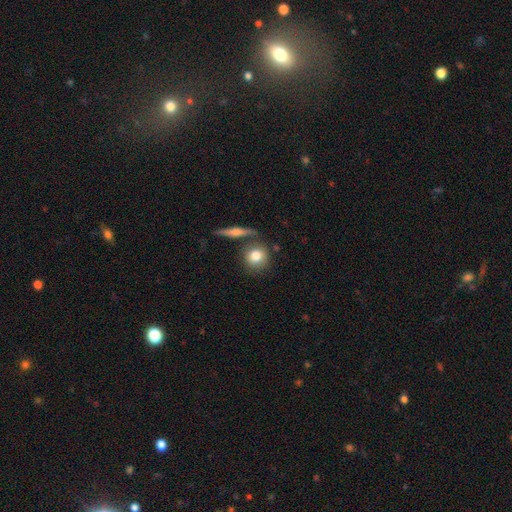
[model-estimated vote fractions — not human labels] Smooth or featured: smooth — 78% (featured or disk — 14%)
How rounded: round — 85% (in between — 13%)
Merging: none — 72% (merger — 13%)